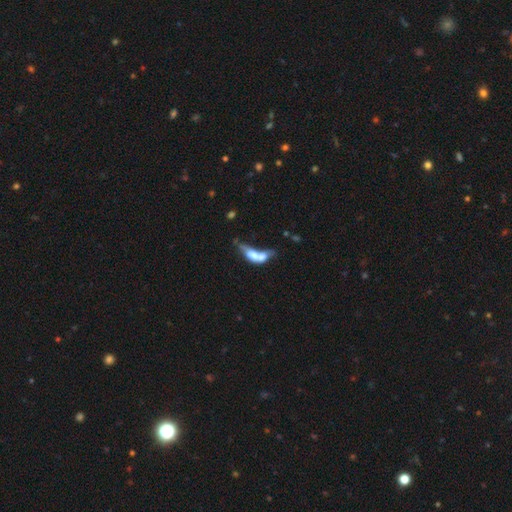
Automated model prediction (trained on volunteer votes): A smooth galaxy with no disk features (54%) that is in between round and cigar-shaped (65%). Merging: merger (64%).